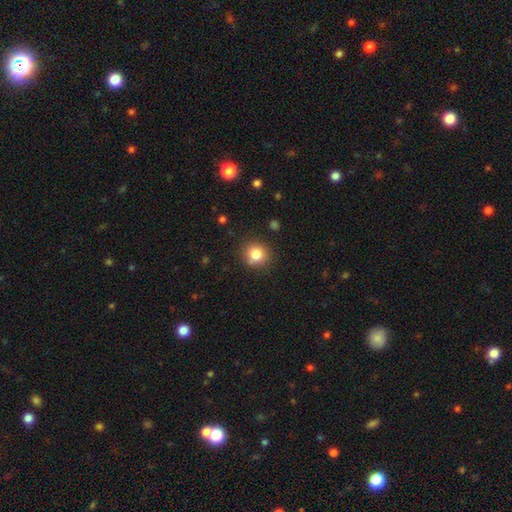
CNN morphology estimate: This is clearly a smooth galaxy (82%). How rounded: clearly round (88%). Merging: clearly none (85%).